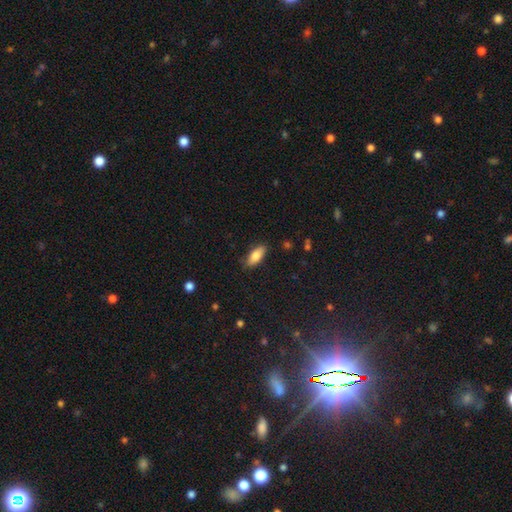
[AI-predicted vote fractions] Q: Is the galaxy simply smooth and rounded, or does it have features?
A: smooth — 82%.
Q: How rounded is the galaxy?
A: in between — 78%.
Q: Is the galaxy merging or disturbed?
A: none — 84%.